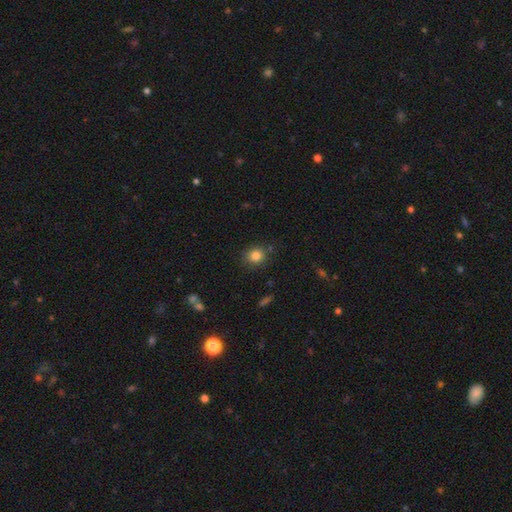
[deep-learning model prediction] Smooth or featured?
  - smooth: 83% *
  - star or artifact: 11%
  - featured or disk: 6%
How rounded?
  - round: 82% *
  - in between: 17%
  - cigar-shaped: 1%
Merging?
  - none: 83% *
  - minor disturbance: 11%
  - major disturbance: 3%
  - merger: 3%